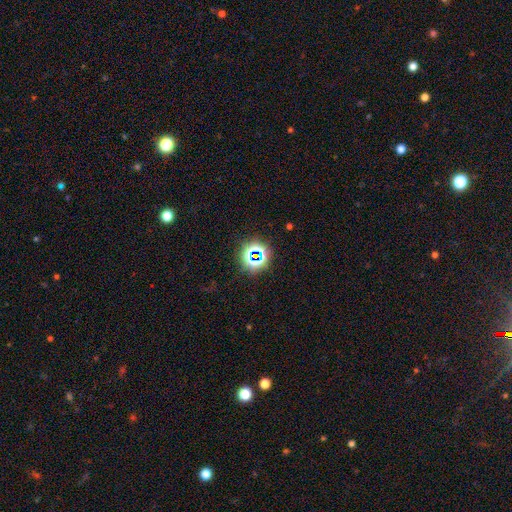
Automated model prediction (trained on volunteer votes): This appears to be a star or artifact, not a galaxy (69%).